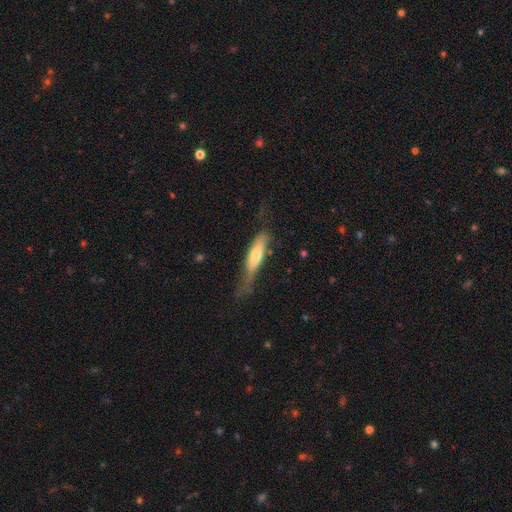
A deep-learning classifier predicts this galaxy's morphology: smooth-or-featured: smooth: 61% | featured or disk: 33% | star or artifact: 6%
  how-rounded: cigar-shaped: 72% | in between: 26% | round: 2%
  merging: none: 38% | minor disturbance: 35% | major disturbance: 24% | merger: 3%